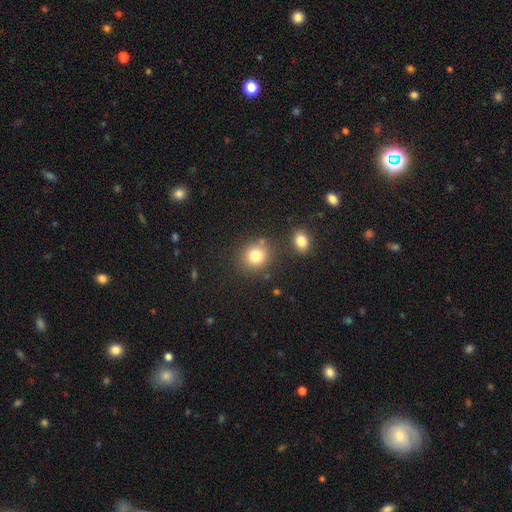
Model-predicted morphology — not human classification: This appears to be a smooth galaxy with no disk features (81%) that is round (82%). Merging: none (76%).